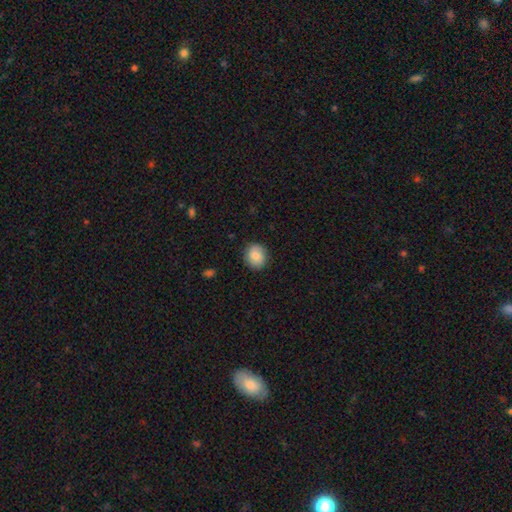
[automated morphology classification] A smooth galaxy with no disk features (81%) that is round (75%). Merging: none (86%).